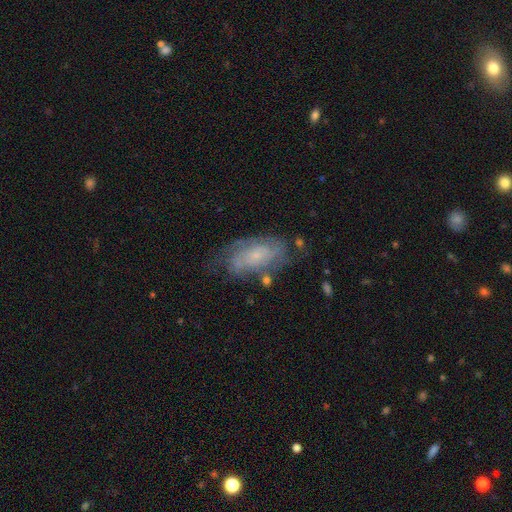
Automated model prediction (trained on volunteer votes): Smooth or featured?
  - featured or disk: 69% *
  - smooth: 23%
  - star or artifact: 8%
Edge-on disk?
  - no: 94% *
  - yes: 6%
Bar?
  - no: 70% *
  - weak: 24%
  - strong: 5%
Spiral arms?
  - yes: 83% *
  - no: 17%
Spiral winding?
  - tight: 55% *
  - medium: 32%
  - loose: 13%
Spiral arm count?
  - can't tell: 44% *
  - 2: 35%
  - 3: 9%
  - 1: 5%
  - 4: 4%
  - more than 4: 3%
Bulge size?
  - small: 75% *
  - moderate: 15%
  - none: 8%
  - large: 2%
  - dominant: 1%
Merging?
  - none: 59% *
  - minor disturbance: 24%
  - major disturbance: 13%
  - merger: 4%